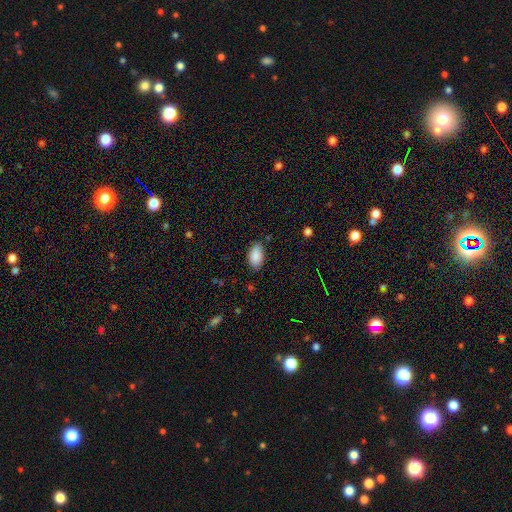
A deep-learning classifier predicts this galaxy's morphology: type=smooth (89%); roundness=in between (94%); merging=none (78%).